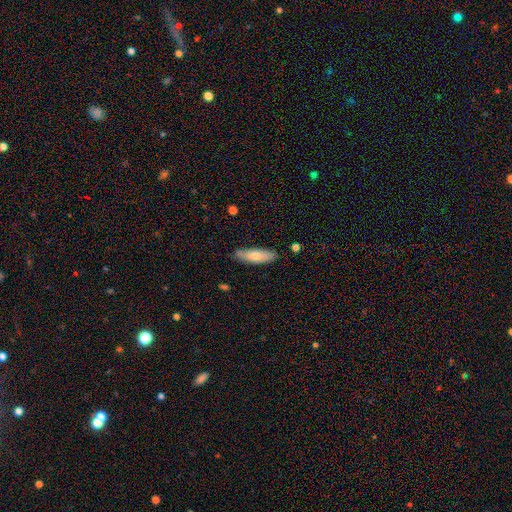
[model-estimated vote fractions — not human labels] This is likely a smooth galaxy (73%). How rounded: possibly cigar-shaped (49%, tied with in between). Merging: clearly none (81%).